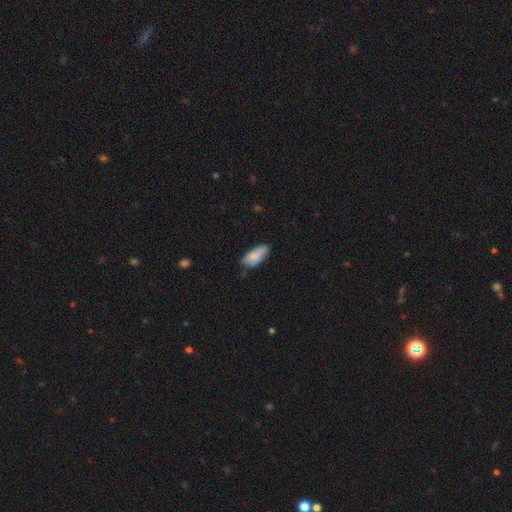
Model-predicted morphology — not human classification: This appears to be a smooth galaxy with no disk features (79%) that is in between round and cigar-shaped (84%). Merging: none (62%).